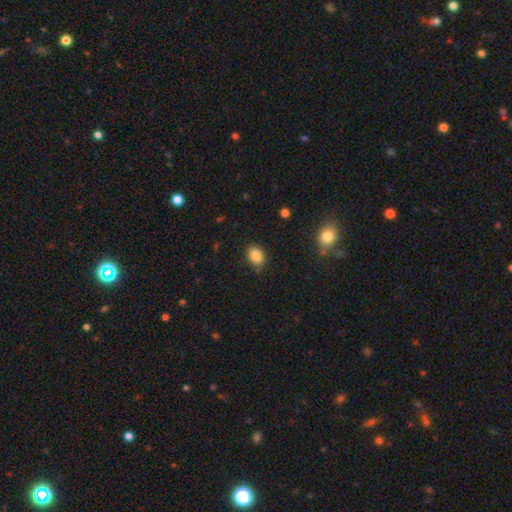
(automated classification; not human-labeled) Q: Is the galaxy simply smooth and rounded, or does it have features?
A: smooth — 86%.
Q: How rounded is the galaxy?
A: in between — 76%.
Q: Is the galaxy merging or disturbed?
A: none — 82%.